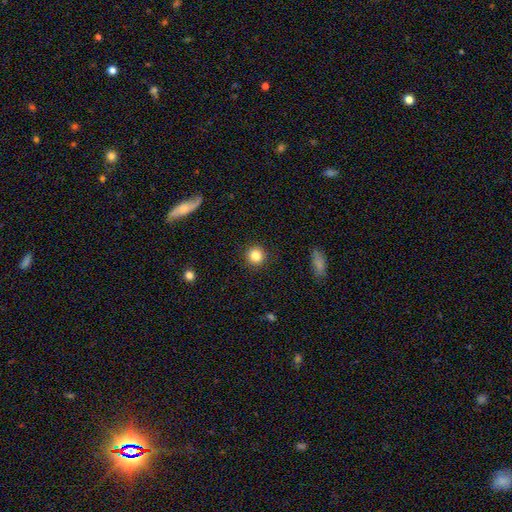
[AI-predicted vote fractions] smooth_or_featured: smooth (p=0.84) [alt: star or artifact p=0.11]
how_rounded: round (p=0.94) [alt: in between p=0.05]
merging: none (p=0.92) [alt: minor disturbance p=0.05]